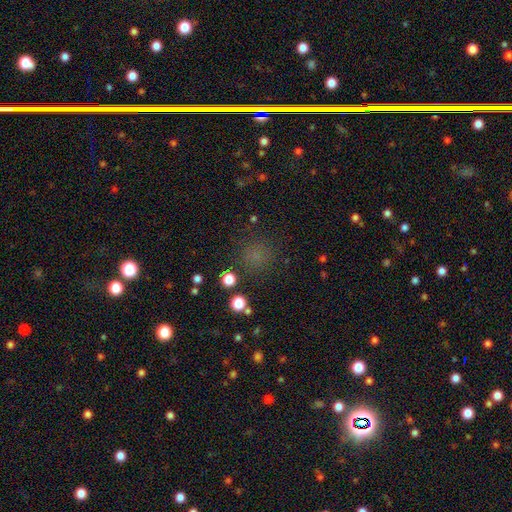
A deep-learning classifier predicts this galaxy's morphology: type=smooth (66%); roundness=round (91%); merging=none (85%).